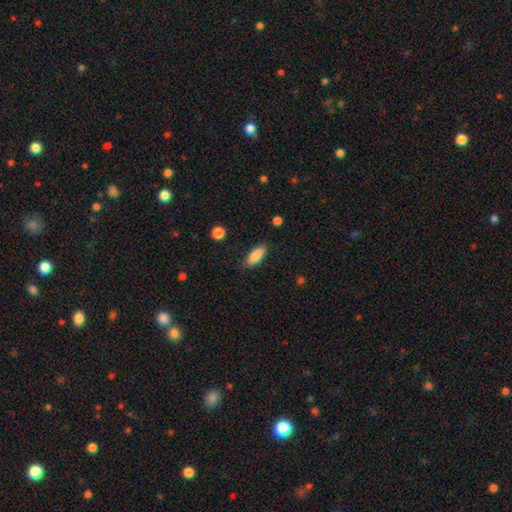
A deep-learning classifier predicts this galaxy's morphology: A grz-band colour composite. It shows a smooth galaxy with no disk features (88%) that is in between round and cigar-shaped (71%). Merging: none (85%).